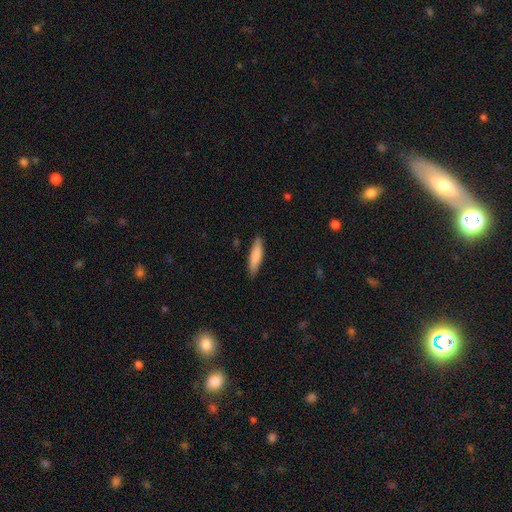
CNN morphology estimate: type=smooth (82%); roundness=cigar-shaped (76%); merging=none (87%).